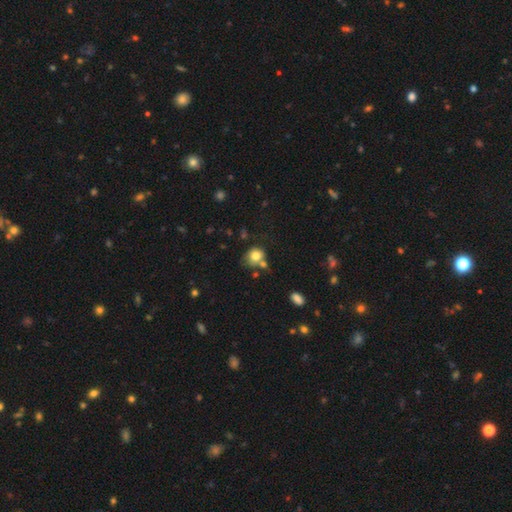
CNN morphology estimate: Smooth or featured? Predicted: smooth (p=0.77). How rounded? Predicted: round (p=0.73). Merging? Predicted: none (p=0.55).